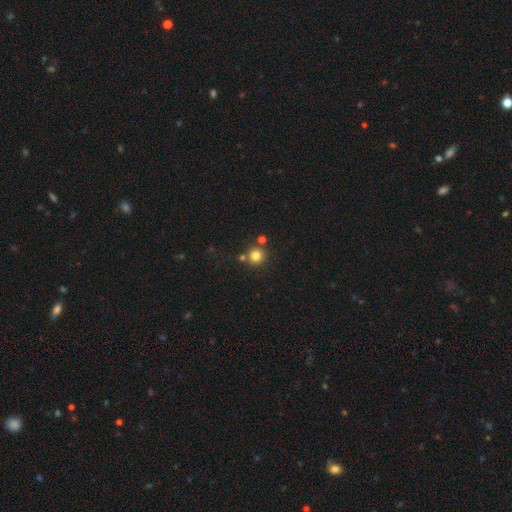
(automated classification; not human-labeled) smooth_or_featured: smooth (p=0.81) [alt: star or artifact p=0.13]
how_rounded: round (p=0.94) [alt: in between p=0.05]
merging: none (p=0.78) [alt: merger p=0.12]